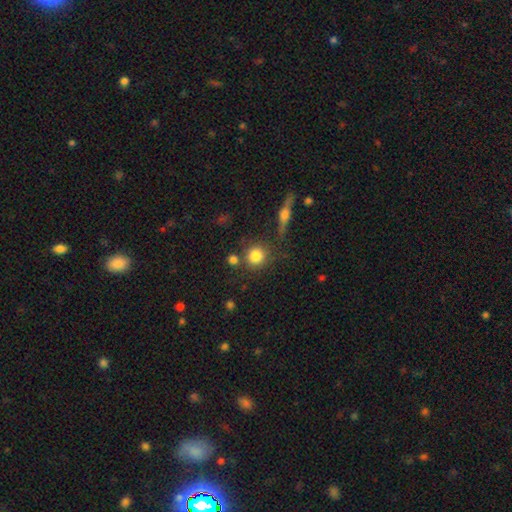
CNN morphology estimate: smooth-or-featured: smooth: 82% | star or artifact: 10% | featured or disk: 9%
  how-rounded: round: 89% | in between: 9% | cigar-shaped: 2%
  merging: none: 73% | merger: 12% | minor disturbance: 10% | major disturbance: 4%